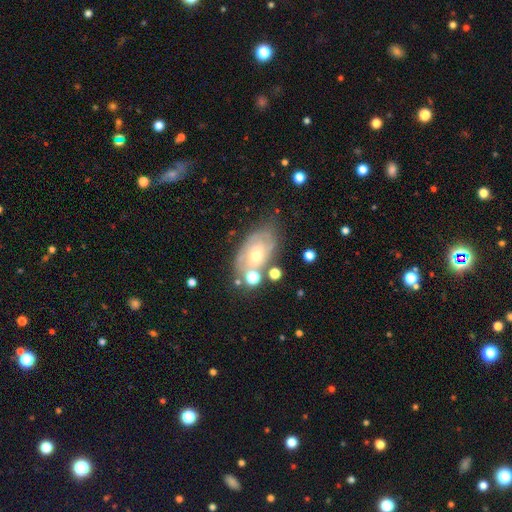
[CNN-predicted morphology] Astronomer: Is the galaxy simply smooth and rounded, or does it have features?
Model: featured or disk — 67%.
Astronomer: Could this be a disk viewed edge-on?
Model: no — 94%.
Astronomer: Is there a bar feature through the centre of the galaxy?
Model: no — 74%.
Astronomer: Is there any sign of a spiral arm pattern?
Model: yes — 75%.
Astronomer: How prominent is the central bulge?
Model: small — 52% (runner-up: moderate, 44%).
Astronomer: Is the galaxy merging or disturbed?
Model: none — 58%.